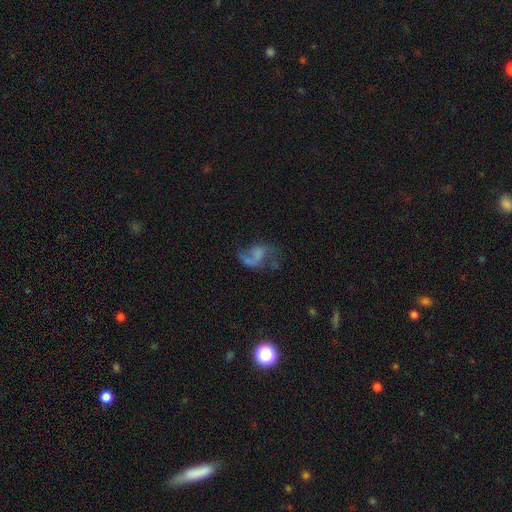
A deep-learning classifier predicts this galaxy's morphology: smooth_or_featured: featured or disk (p=0.59) [alt: smooth p=0.27]
disk_edge_on: no (p=0.98) [alt: yes p=0.02]
bar: no (p=0.69) [alt: weak p=0.24]
has_spiral_arms: yes (p=0.65) [alt: no p=0.35]
bulge_size: none (p=0.72) [alt: small p=0.14]
merging: none (p=0.36) [tied with: major disturbance p=0.36]